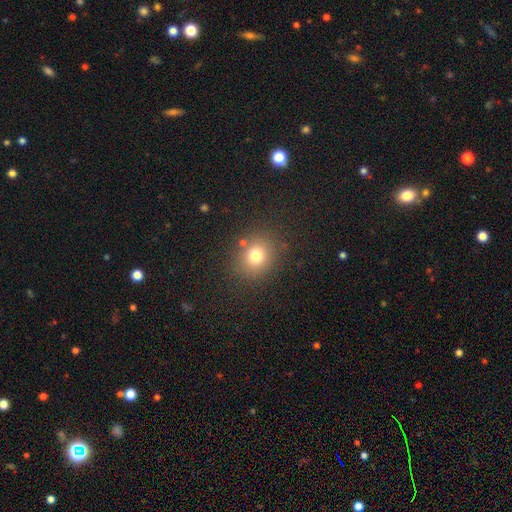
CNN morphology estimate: A smooth galaxy with no disk features (75%) that is round (75%).

Vote fractions:
- Smooth or featured? smooth: 75% / star or artifact: 16% / featured or disk: 9%
- How rounded? round: 75% / in between: 24% / cigar-shaped: 1%
- Merging? none: 83% / minor disturbance: 9% / major disturbance: 4% / merger: 4%